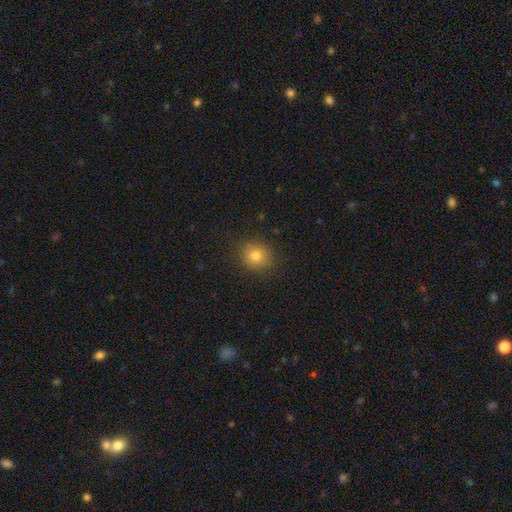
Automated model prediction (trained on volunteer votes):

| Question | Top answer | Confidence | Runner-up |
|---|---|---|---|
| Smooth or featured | smooth | 79% | star or artifact (13%) |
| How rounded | round | 83% | in between (16%) |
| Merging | none | 88% | minor disturbance (8%) |